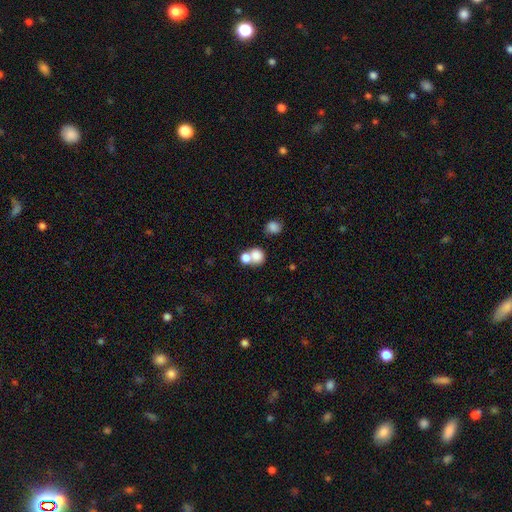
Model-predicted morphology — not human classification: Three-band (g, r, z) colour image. It shows a smooth galaxy with no disk features (78%) that is round (68%). Merging: merger (55%).